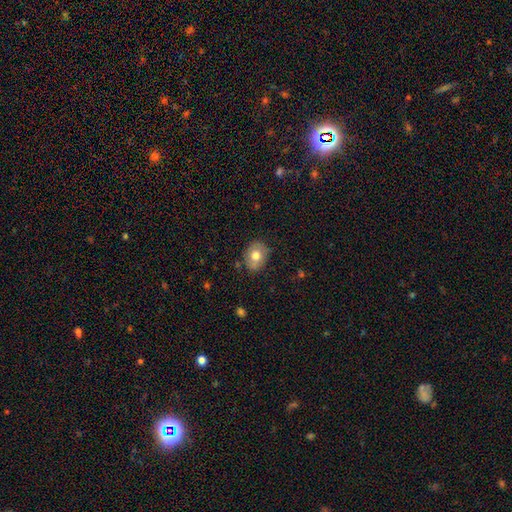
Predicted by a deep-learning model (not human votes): Smooth or featured? Predicted: smooth (p=0.72). How rounded? Predicted: in between (p=0.52). Merging? Predicted: none (p=0.79).